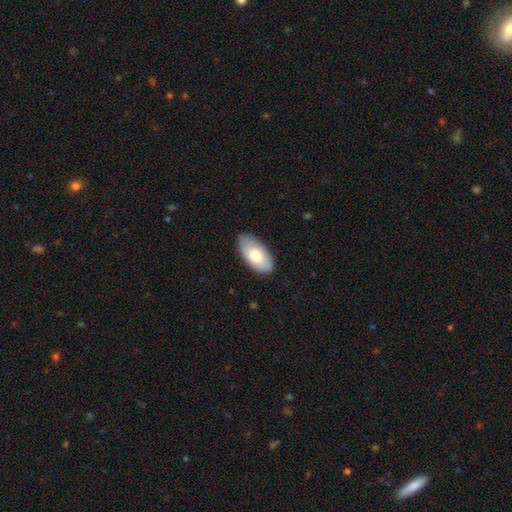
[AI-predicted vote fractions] smooth 74%, featured or disk 21%, star or artifact 5%. Down the decision tree: how rounded — in between (95%); merging — none (81%).